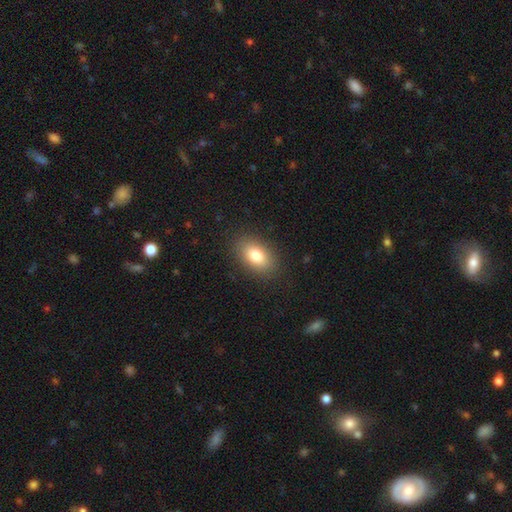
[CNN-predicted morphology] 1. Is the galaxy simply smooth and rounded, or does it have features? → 81% smooth, 11% featured or disk, 8% star or artifact.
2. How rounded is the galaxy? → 90% in between, 8% round, 2% cigar-shaped.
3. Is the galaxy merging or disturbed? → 87% none, 9% minor disturbance, 3% major disturbance, 1% merger.